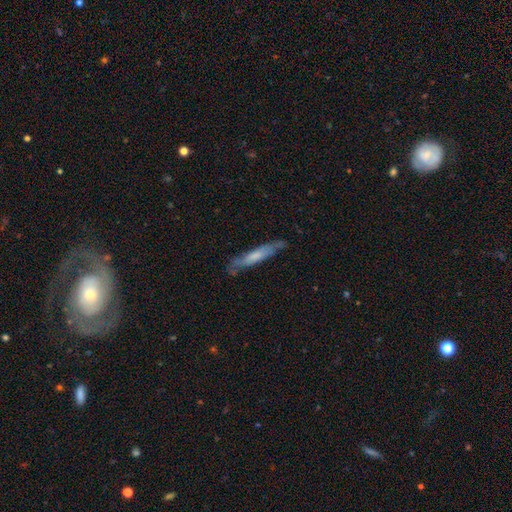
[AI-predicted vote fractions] smooth 50%, featured or disk 44%, star or artifact 6%. Down the decision tree: merging — none (73%).